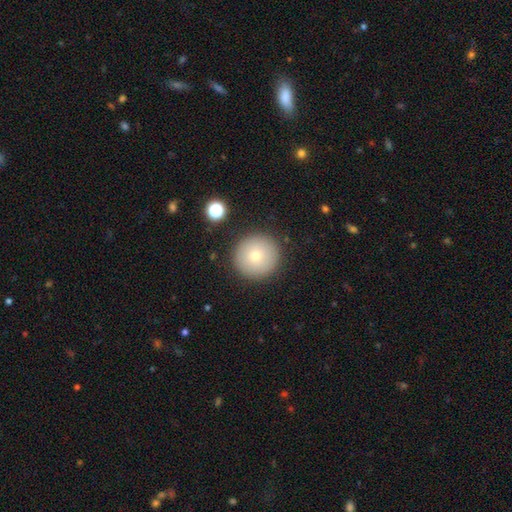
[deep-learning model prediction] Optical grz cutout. It shows a smooth galaxy with no disk features (74%) that is round (96%). Merging: none (90%).